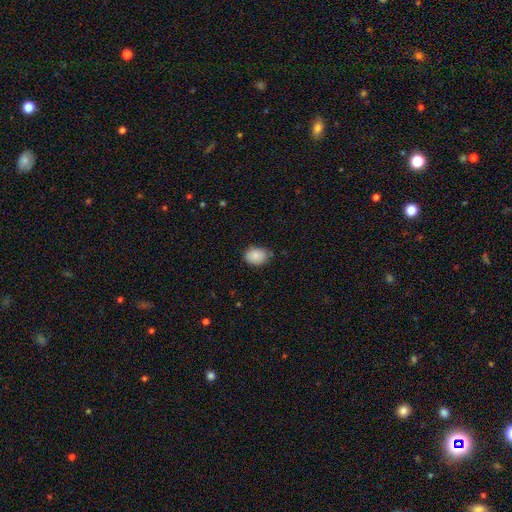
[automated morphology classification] The model was most divided on "how rounded": in between: 61%, round: 38%, cigar-shaped: 1%. More confident: smooth or featured — smooth (88%); merging — none (74%).